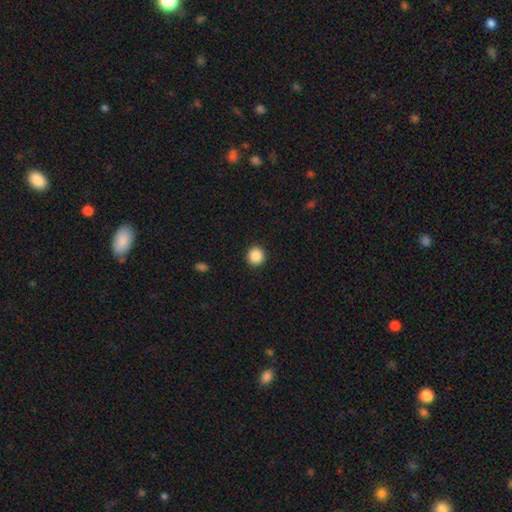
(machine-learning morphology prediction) This appears to be a smooth galaxy with no disk features (88%) that is round (94%). Merging: none (93%).